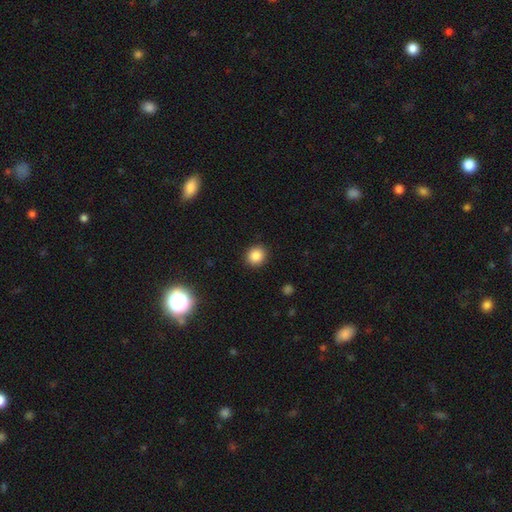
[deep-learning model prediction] Smooth or featured?
  - smooth: 86% *
  - star or artifact: 10%
  - featured or disk: 4%
How rounded?
  - round: 82% *
  - in between: 17%
  - cigar-shaped: 1%
Merging?
  - none: 90% *
  - minor disturbance: 6%
  - major disturbance: 2%
  - merger: 1%